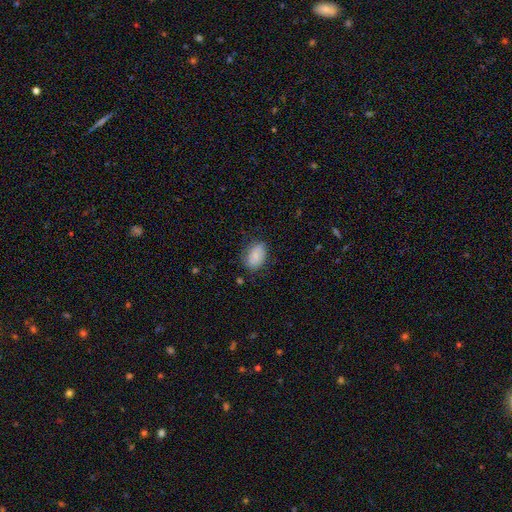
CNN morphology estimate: Q: Smooth or featured?
A: smooth (72%); runner-up: featured or disk (20%)
Q: How rounded?
A: in between (85%); runner-up: round (14%)
Q: Merging?
A: none (72%); runner-up: minor disturbance (21%)